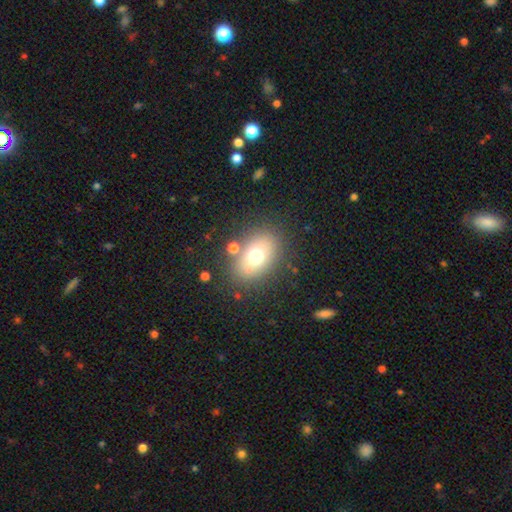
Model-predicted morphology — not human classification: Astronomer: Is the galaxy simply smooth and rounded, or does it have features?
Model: smooth — 65%.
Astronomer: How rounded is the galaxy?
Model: in between — 70%.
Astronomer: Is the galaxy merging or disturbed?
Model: none — 77%.